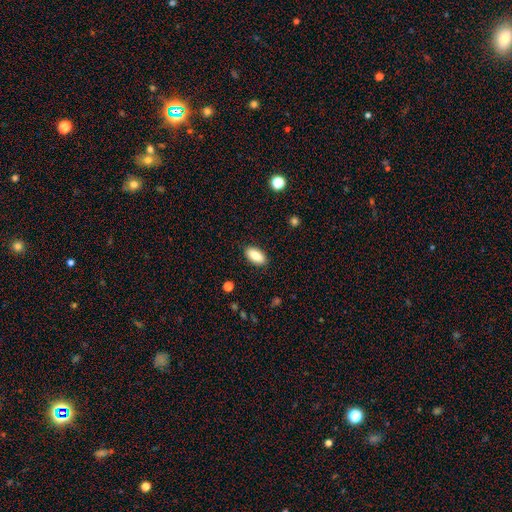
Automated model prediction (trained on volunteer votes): A smooth galaxy with no disk features (85%) that is in between round and cigar-shaped (92%).

Vote fractions:
- Smooth or featured? smooth: 85% / featured or disk: 8% / star or artifact: 7%
- How rounded? in between: 92% / cigar-shaped: 5% / round: 3%
- Merging? none: 88% / minor disturbance: 9% / major disturbance: 2% / merger: 1%